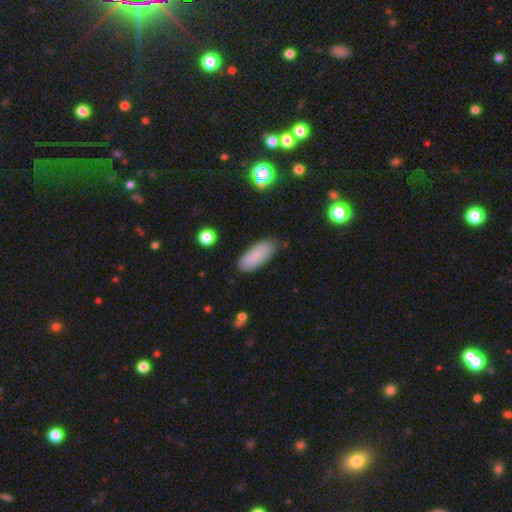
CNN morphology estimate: The model was most divided on "how rounded": in between: 77%, cigar-shaped: 21%, round: 2%. More confident: merging — none (78%); smooth or featured — smooth (78%).